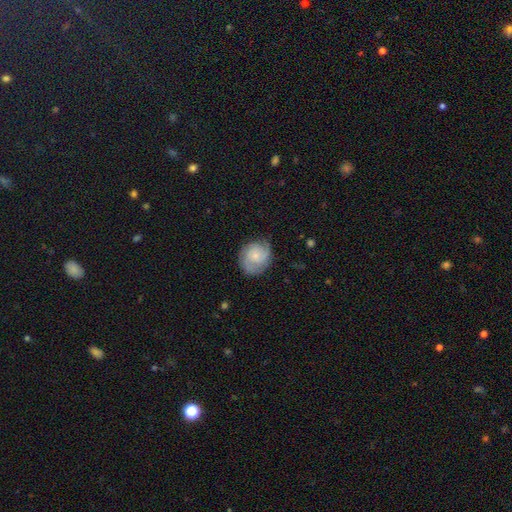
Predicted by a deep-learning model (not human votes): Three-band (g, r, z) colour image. It shows a featured or disk galaxy (59%) with no bar (76%), 2 (46%) tight (52%) spiral arms (91%) and a small central bulge (69%). Merging: none (75%).